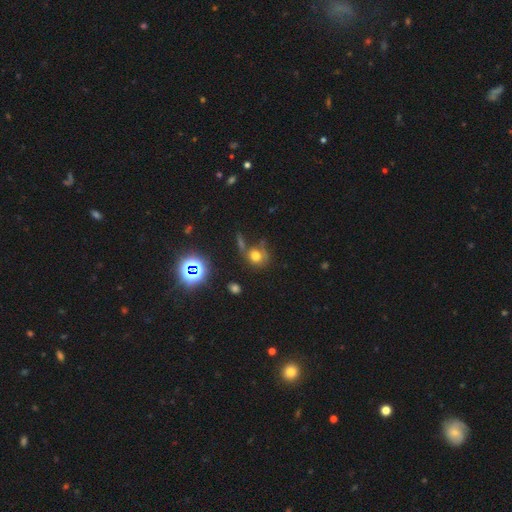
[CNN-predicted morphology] smooth_or_featured: smooth (p=0.65) [alt: star or artifact p=0.23]
how_rounded: round (p=0.80) [alt: in between p=0.19]
merging: none (p=0.57) [alt: merger p=0.17]